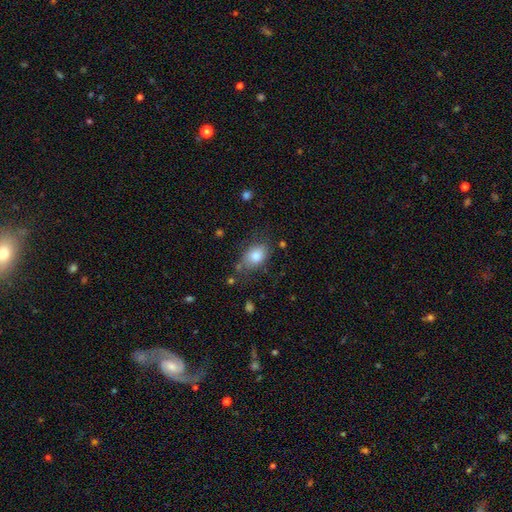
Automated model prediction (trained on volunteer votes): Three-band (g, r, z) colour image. It shows a smooth galaxy with no disk features (81%) that is in between round and cigar-shaped (80%). Merging: none (67%).